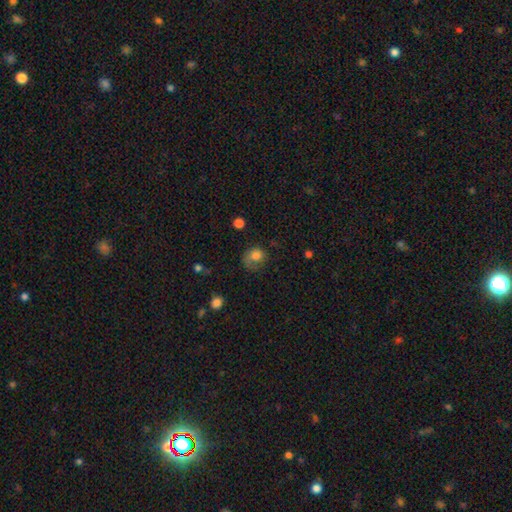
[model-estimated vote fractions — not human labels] A smooth galaxy with no disk features (72%) that is round (66%). Merging: none (42%).